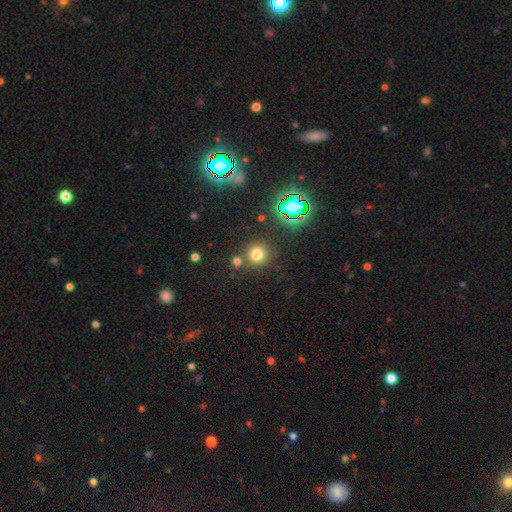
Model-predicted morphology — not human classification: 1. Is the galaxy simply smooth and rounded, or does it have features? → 71% smooth, 22% star or artifact, 7% featured or disk.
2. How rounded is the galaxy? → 91% round, 8% in between, 1% cigar-shaped.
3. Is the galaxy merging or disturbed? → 77% none, 11% merger, 8% minor disturbance, 4% major disturbance.